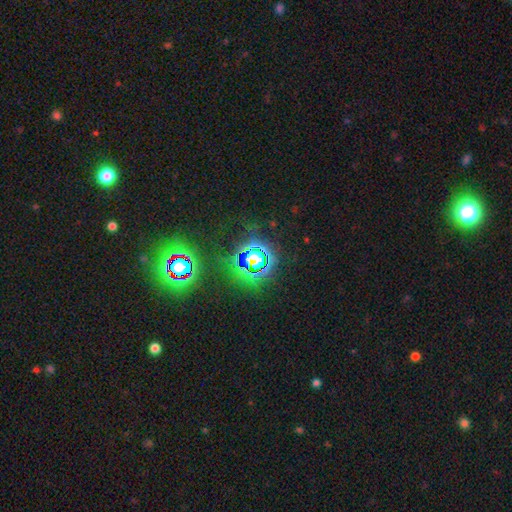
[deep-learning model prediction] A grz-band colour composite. It shows a star or artifact, not a galaxy (75%).